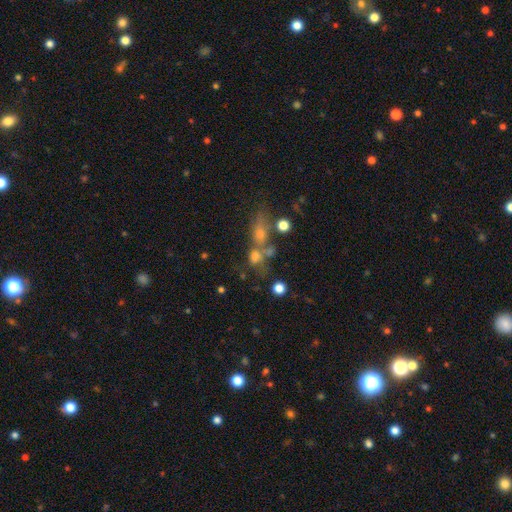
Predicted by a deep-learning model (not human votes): A smooth galaxy with no disk features (47%). Merging: merger (39%).